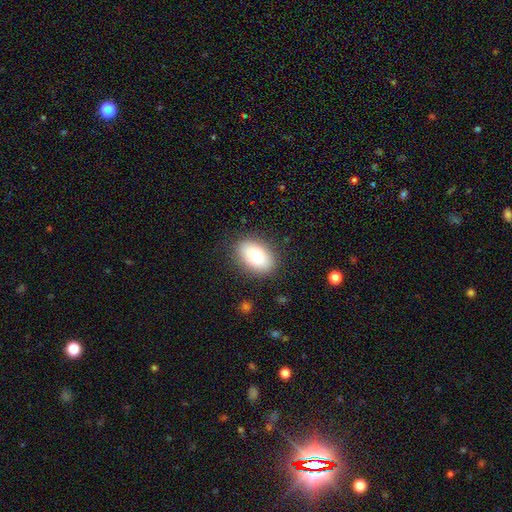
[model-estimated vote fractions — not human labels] Q: Smooth or featured?
A: smooth (76%); runner-up: featured or disk (16%)
Q: How rounded?
A: in between (83%); runner-up: round (15%)
Q: Merging?
A: none (85%); runner-up: minor disturbance (10%)